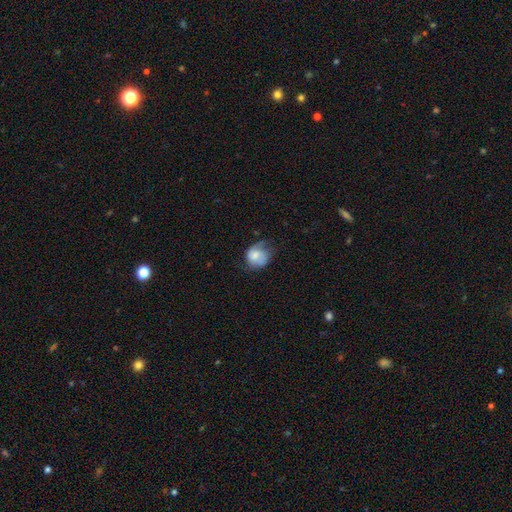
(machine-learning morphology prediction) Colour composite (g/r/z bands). It shows a smooth galaxy with no disk features (68%) that is round (66%). Merging: none (43%).